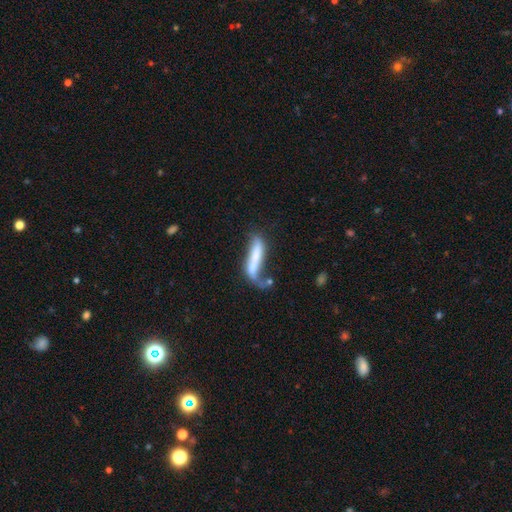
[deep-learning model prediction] A smooth galaxy with no disk features (57%) that is cigar-shaped (75%).

Vote fractions:
- Smooth or featured? smooth: 57% / featured or disk: 36% / star or artifact: 8%
- How rounded? cigar-shaped: 75% / in between: 23% / round: 2%
- Merging? merger: 29% / major disturbance: 27% / none: 25% / minor disturbance: 19%